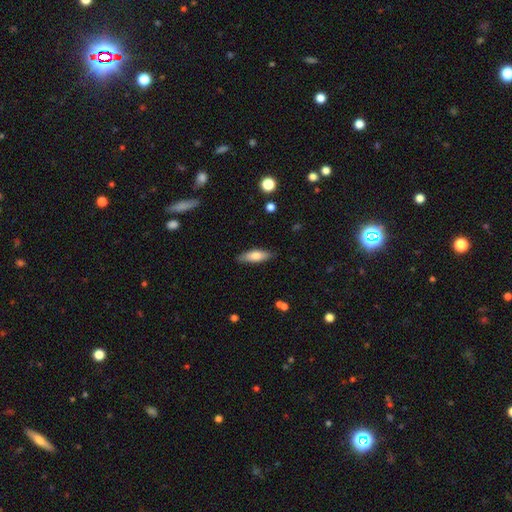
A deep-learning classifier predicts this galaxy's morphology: smooth_or_featured: smooth (p=0.70) [alt: featured or disk p=0.24]
how_rounded: in between (p=0.52) [alt: cigar-shaped p=0.45]
merging: none (p=0.85) [alt: minor disturbance p=0.11]